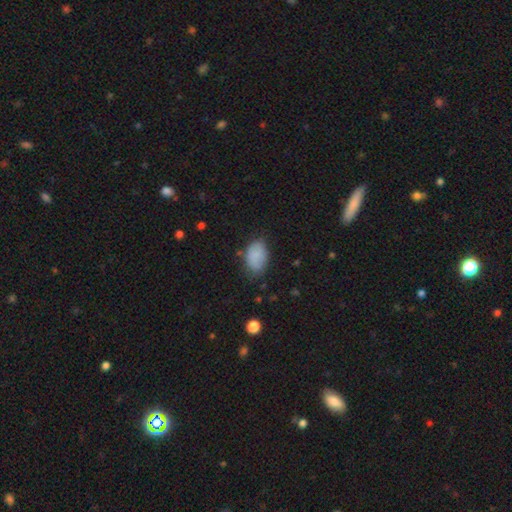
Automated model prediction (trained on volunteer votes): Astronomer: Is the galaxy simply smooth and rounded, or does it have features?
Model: smooth — 82%.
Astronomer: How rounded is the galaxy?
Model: in between — 88%.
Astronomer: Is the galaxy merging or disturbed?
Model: none — 65%.